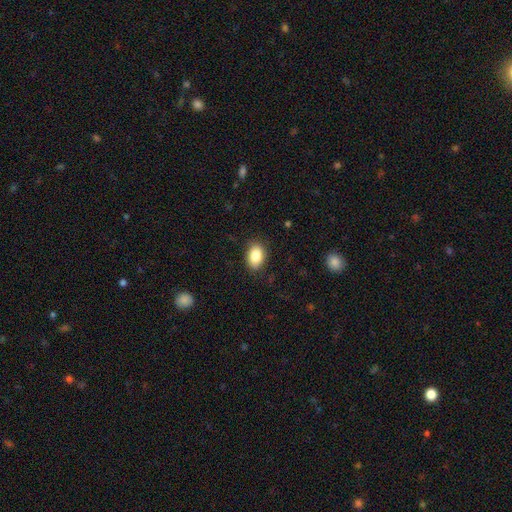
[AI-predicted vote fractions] smooth_or_featured: smooth (p=0.86) [alt: star or artifact p=0.08]
how_rounded: in between (p=0.84) [alt: round p=0.15]
merging: none (p=0.86) [alt: minor disturbance p=0.10]